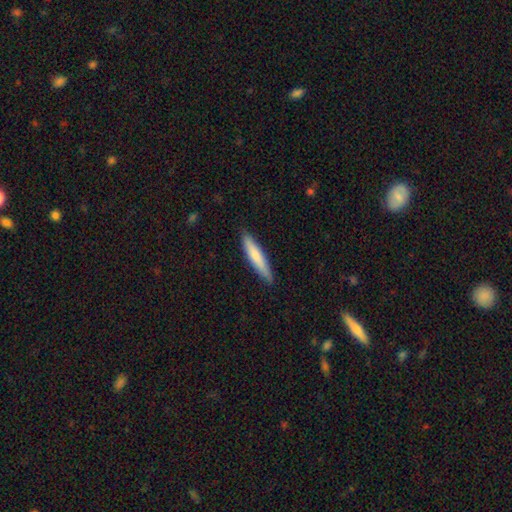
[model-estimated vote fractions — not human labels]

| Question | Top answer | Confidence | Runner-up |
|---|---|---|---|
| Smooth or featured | smooth | 75% | featured or disk (20%) |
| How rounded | cigar-shaped | 89% | in between (10%) |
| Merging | none | 86% | minor disturbance (11%) |